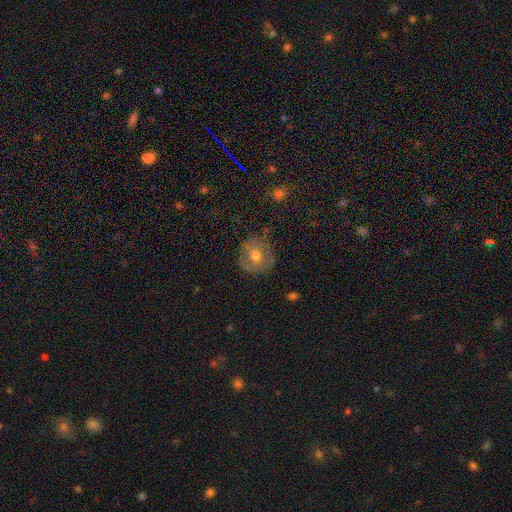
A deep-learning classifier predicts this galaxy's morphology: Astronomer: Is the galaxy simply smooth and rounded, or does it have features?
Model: smooth — 57% (runner-up: featured or disk, 34%).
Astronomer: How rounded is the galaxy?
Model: round — 88%.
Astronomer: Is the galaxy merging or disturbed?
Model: none — 76%.